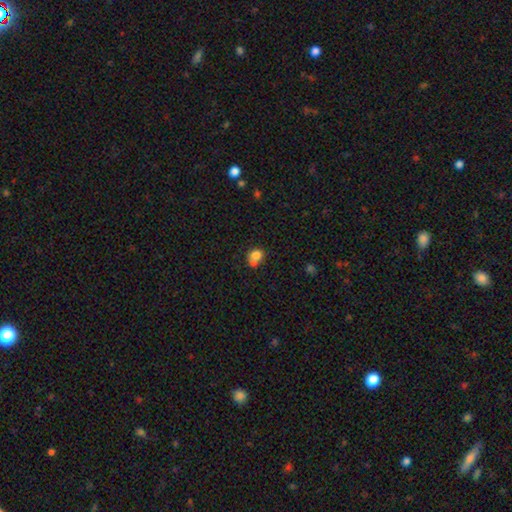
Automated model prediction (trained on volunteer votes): Q: Smooth or featured?
A: smooth (78%); runner-up: featured or disk (11%)
Q: How rounded?
A: round (62%); runner-up: in between (37%)
Q: Merging?
A: merger (43%); runner-up: none (38%)